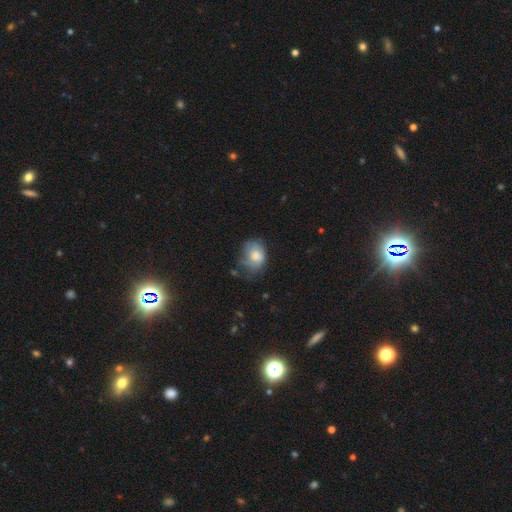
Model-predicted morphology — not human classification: Q: Smooth or featured?
A: smooth (67%); runner-up: featured or disk (25%)
Q: How rounded?
A: in between (59%); runner-up: round (40%)
Q: Merging?
A: none (37%); runner-up: minor disturbance (36%)